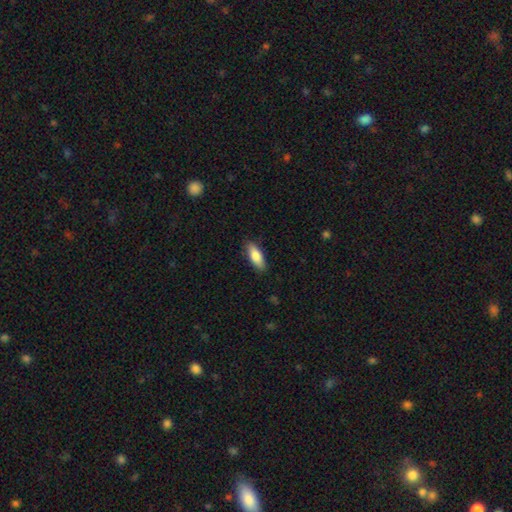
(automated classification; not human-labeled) Smooth or featured? smooth (81%)
How rounded? in between (70%)
Merging? none (87%)